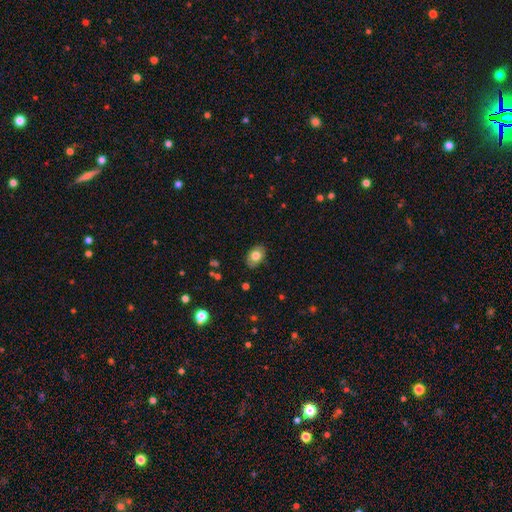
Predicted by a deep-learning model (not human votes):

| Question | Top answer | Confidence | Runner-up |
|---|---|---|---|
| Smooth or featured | smooth | 77% | featured or disk (15%) |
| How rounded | in between | 82% | round (17%) |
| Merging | none | 84% | minor disturbance (13%) |